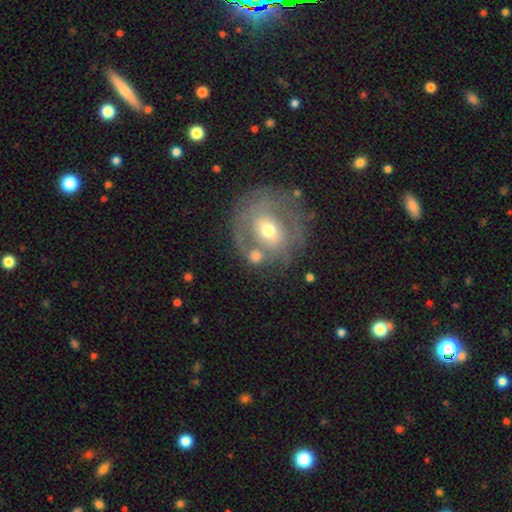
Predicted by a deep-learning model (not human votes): smooth_or_featured: featured or disk (p=0.49) [alt: smooth p=0.41]
merging: none (p=0.53) [alt: merger p=0.20]